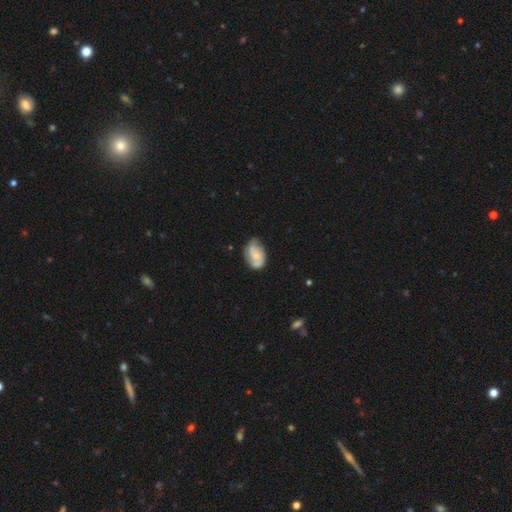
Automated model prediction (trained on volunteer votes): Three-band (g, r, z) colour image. It shows a featured or disk galaxy (48%). Merging: none (63%).